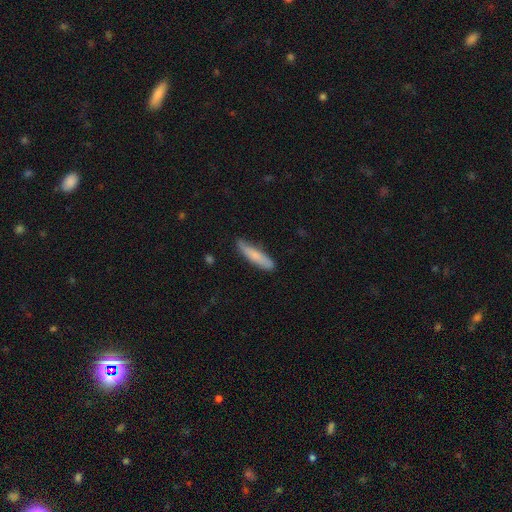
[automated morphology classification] The model was most divided on "smooth or featured": smooth: 76%, featured or disk: 18%, star or artifact: 6%. More confident: how rounded — cigar-shaped (84%); merging — none (78%).